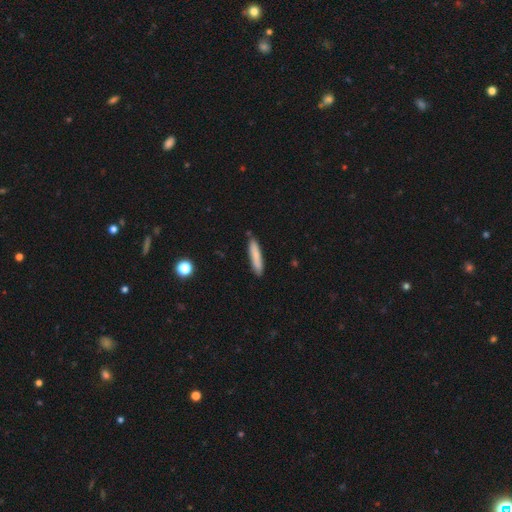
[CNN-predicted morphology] This appears to be a smooth galaxy with no disk features (81%) that is cigar-shaped (89%). Merging: none (85%).